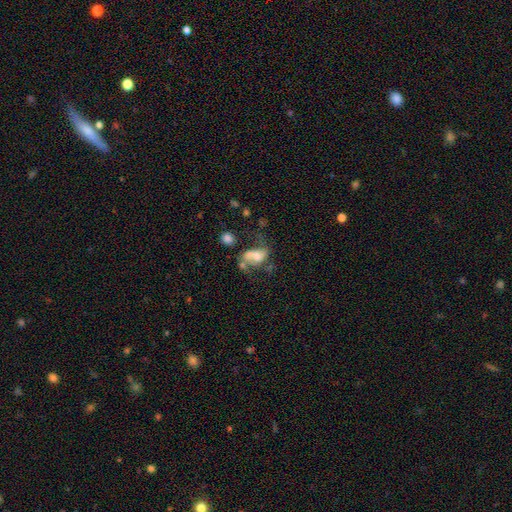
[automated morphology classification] The model was most divided on "merging": merger: 30%, major disturbance: 28%, none: 25%, minor disturbance: 17%. More confident: edge-on disk — no (96%); smooth or featured — featured or disk (52%).